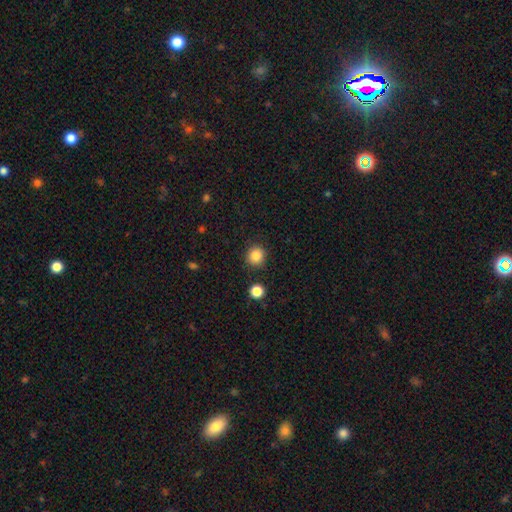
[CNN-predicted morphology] smooth 86%, star or artifact 10%, featured or disk 4%. Down the decision tree: how rounded — round (91%); merging — none (89%).